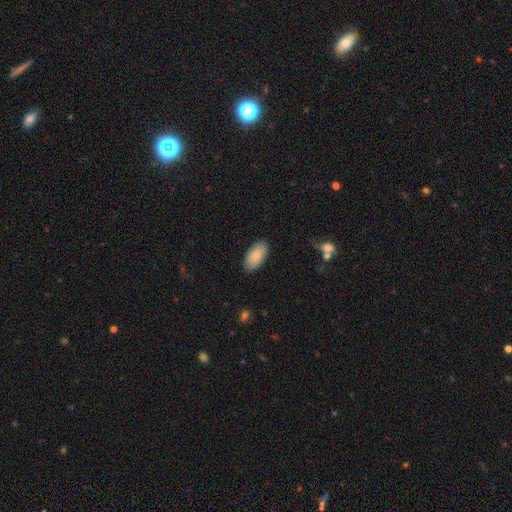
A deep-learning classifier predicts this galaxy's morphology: Smooth or featured: smooth — 83% (featured or disk — 11%)
How rounded: in between — 95% (cigar-shaped — 3%)
Merging: none — 86% (minor disturbance — 11%)